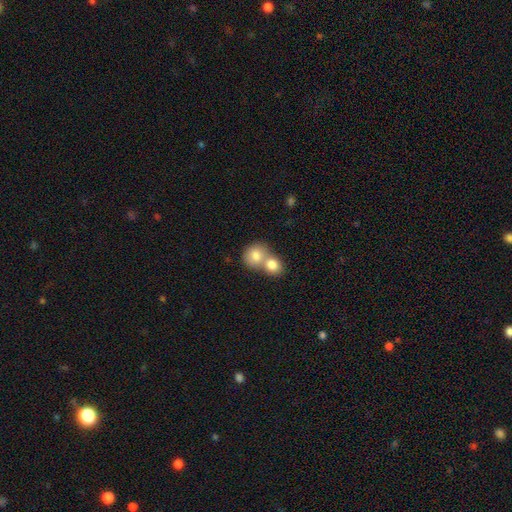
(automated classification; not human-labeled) This is likely a smooth galaxy (80%). How rounded: likely round (76%). Merging: likely merger (65%).